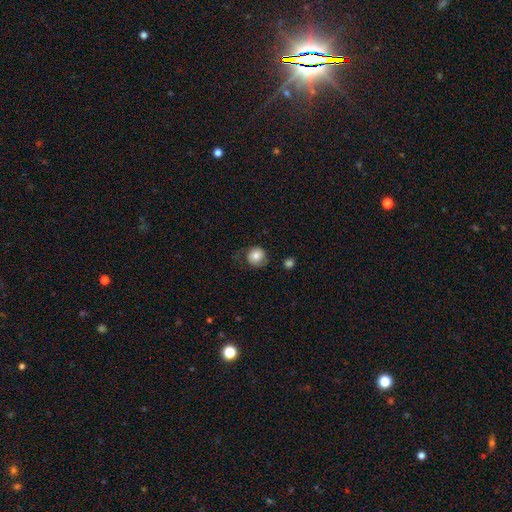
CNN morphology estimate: Smooth or featured: smooth — 71% (featured or disk — 21%)
How rounded: round — 86% (in between — 13%)
Merging: none — 57% (minor disturbance — 24%)